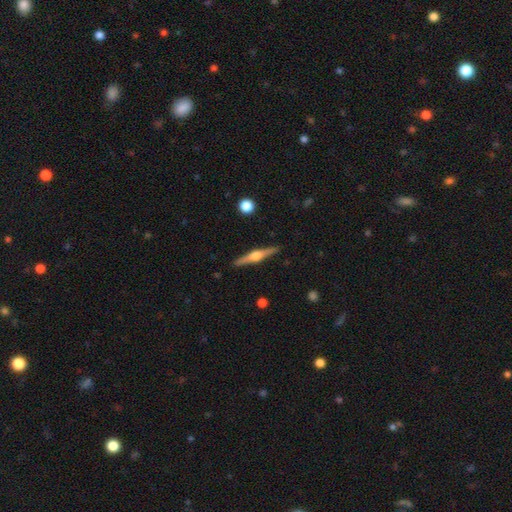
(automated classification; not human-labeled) A featured or disk galaxy (78%) viewed edge-on (98%) with a rounded central bulge (92%).

Vote fractions:
- Smooth or featured? featured or disk: 78% / smooth: 17% / star or artifact: 5%
- Edge-on disk? yes: 98% / no: 2%
- Edge-on bulge? rounded: 92% / boxy: 6% / none: 2%
- Merging? none: 91% / minor disturbance: 7% / major disturbance: 1% / merger: 1%